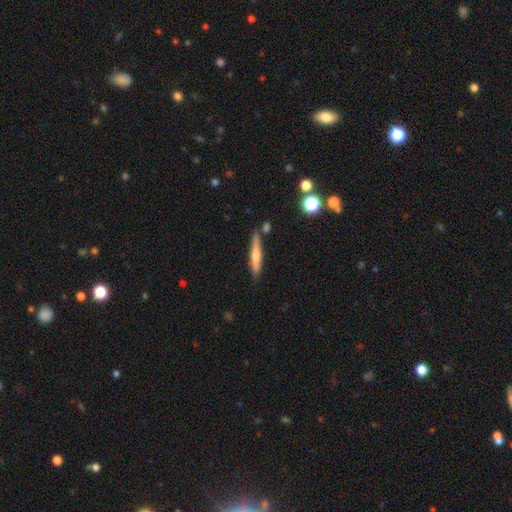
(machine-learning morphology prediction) type=featured or disk (50%); merging=none (83%).